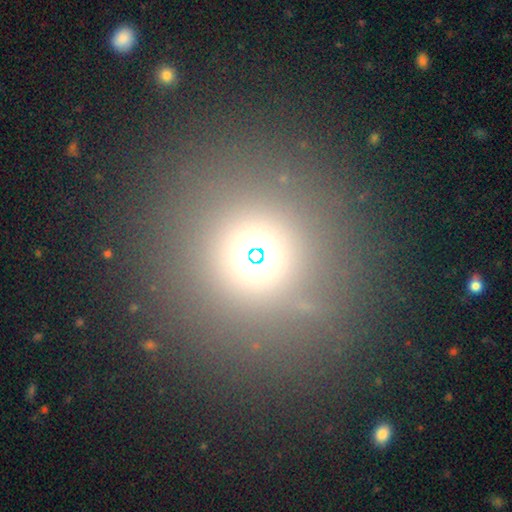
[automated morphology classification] Smooth or featured: smooth — 51% (star or artifact — 37%)
How rounded: round — 82% (in between — 17%)
Merging: none — 81% (minor disturbance — 8%)